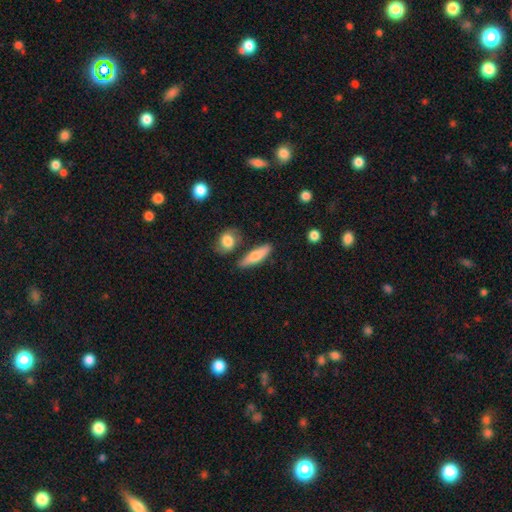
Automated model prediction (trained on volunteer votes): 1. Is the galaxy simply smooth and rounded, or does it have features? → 68% smooth, 26% featured or disk, 6% star or artifact.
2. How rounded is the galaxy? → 61% cigar-shaped, 36% in between, 3% round.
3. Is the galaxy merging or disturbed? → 75% none, 13% minor disturbance, 9% merger, 3% major disturbance.